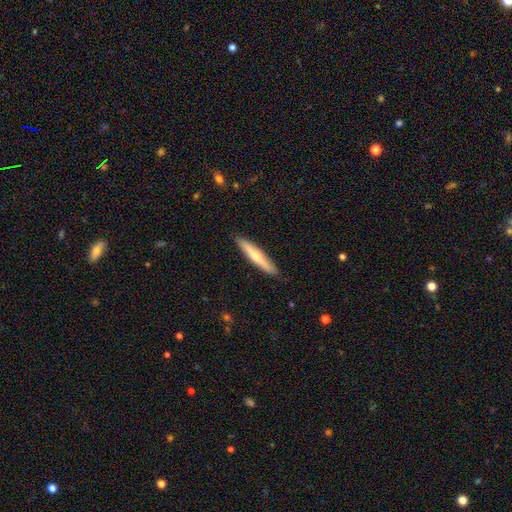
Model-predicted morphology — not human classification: smooth_or_featured: smooth (p=0.53) [alt: featured or disk p=0.42]
how_rounded: cigar-shaped (p=0.91) [alt: in between p=0.07]
merging: none (p=0.89) [alt: minor disturbance p=0.08]